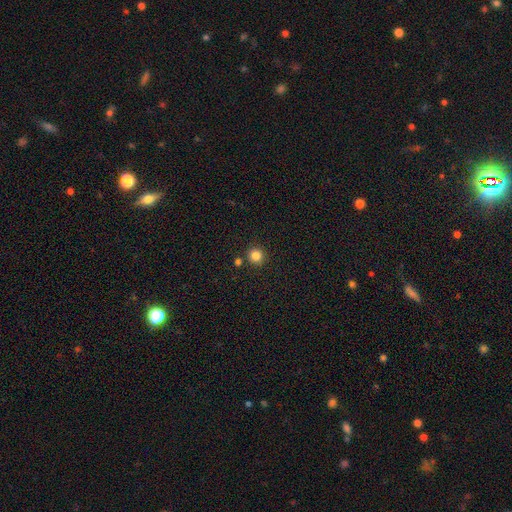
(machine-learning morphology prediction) Smooth or featured? Predicted: smooth (p=0.83). How rounded? Predicted: round (p=0.94). Merging? Predicted: none (p=0.87).